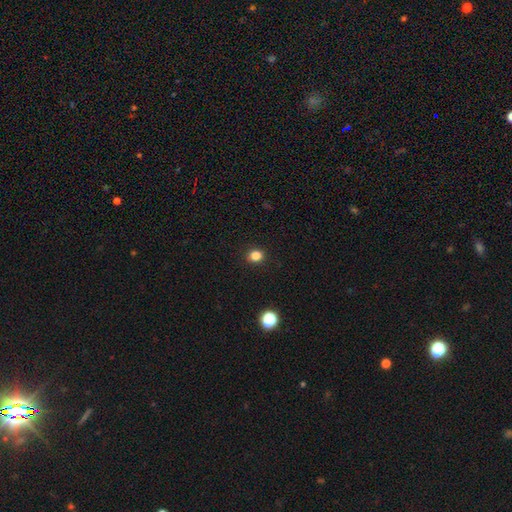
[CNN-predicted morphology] Smooth or featured? Predicted: smooth (p=0.83). How rounded? Predicted: round (p=0.78). Merging? Predicted: none (p=0.91).